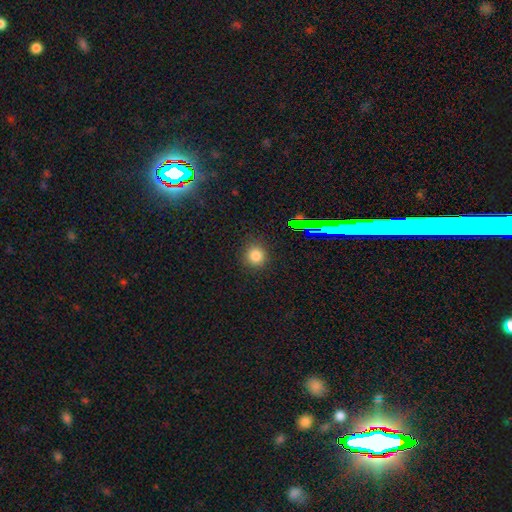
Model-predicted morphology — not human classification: The model was most divided on "smooth or featured": smooth: 78%, star or artifact: 17%, featured or disk: 5%. More confident: how rounded — round (91%); merging — none (89%).